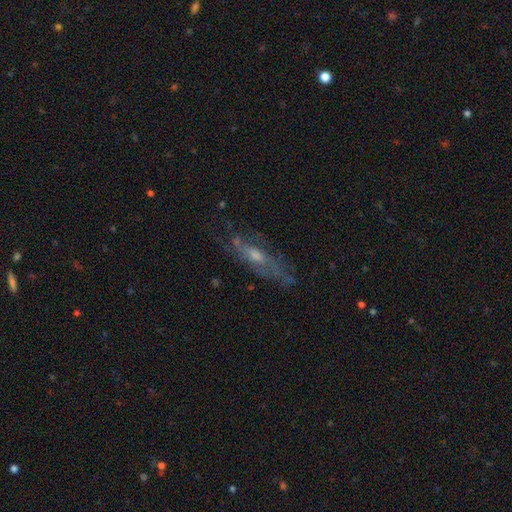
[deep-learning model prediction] Smooth or featured?
  - featured or disk: 68% *
  - smooth: 24%
  - star or artifact: 9%
Edge-on disk?
  - no: 68% *
  - yes: 32%
Merging?
  - none: 60% *
  - minor disturbance: 23%
  - major disturbance: 14%
  - merger: 3%